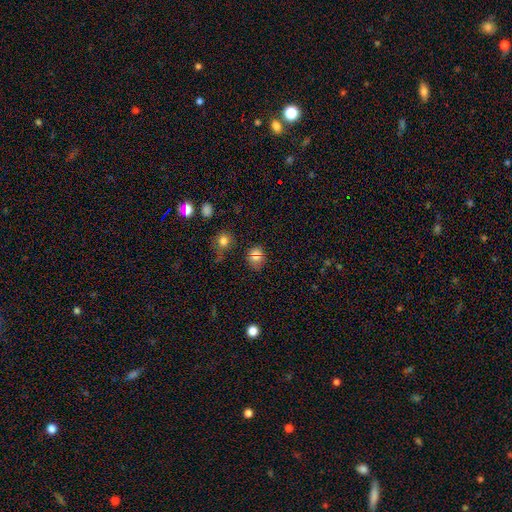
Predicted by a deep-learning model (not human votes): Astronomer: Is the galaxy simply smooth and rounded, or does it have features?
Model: smooth — 63%.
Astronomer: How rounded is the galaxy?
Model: round — 70%.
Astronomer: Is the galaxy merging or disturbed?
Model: none — 78%.